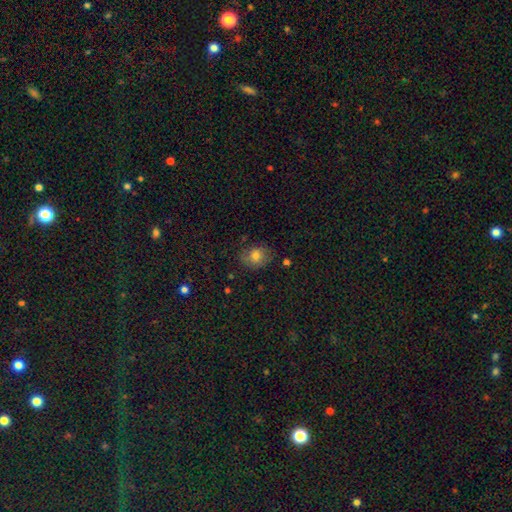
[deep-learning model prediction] Smooth or featured?
  - smooth: 74% *
  - featured or disk: 14%
  - star or artifact: 11%
How rounded?
  - round: 54% *
  - in between: 45%
  - cigar-shaped: 1%
Merging?
  - none: 69% *
  - minor disturbance: 23%
  - major disturbance: 7%
  - merger: 2%